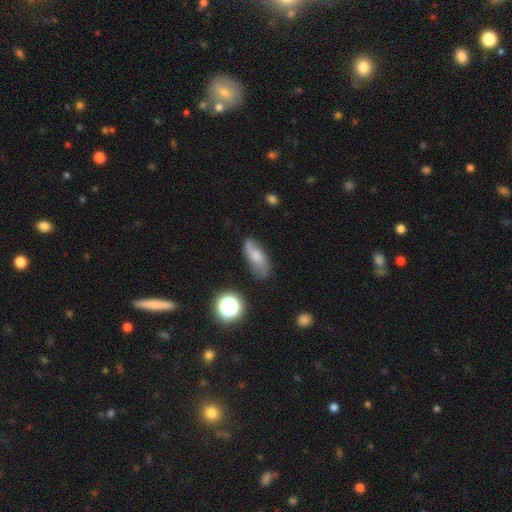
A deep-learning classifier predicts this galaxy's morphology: Overall: smooth (53%; featured or disk 36%). How rounded: in between (77%). Merging: none (62%; minor disturbance 26%).